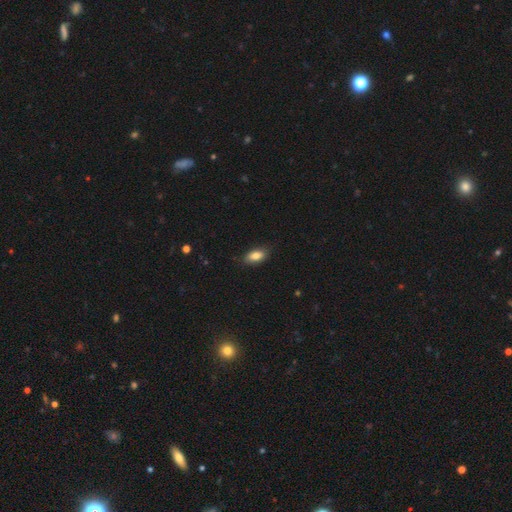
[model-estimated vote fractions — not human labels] smooth 83%, featured or disk 10%, star or artifact 7%. Down the decision tree: how rounded — in between (88%); merging — none (83%).